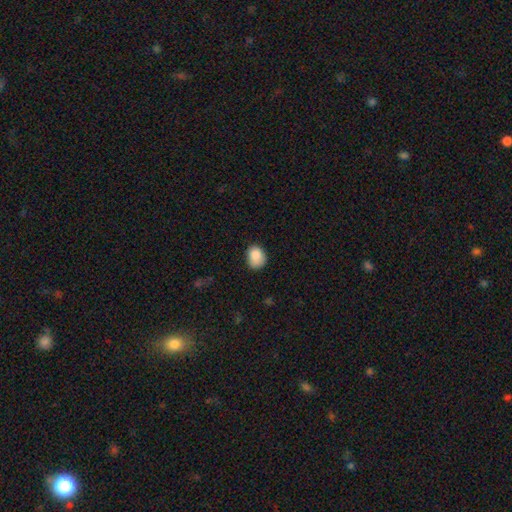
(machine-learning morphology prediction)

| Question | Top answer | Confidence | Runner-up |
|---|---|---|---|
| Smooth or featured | smooth | 86% | star or artifact (9%) |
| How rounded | in between | 54% | round (45%) |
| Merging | none | 65% | minor disturbance (28%) |